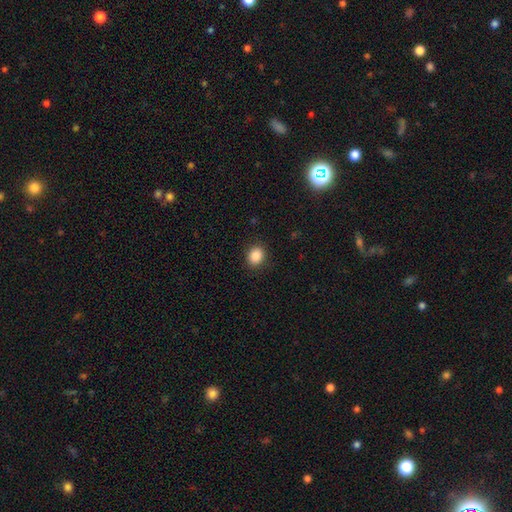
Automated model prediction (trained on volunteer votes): Q: Smooth or featured?
A: smooth (87%); runner-up: star or artifact (9%)
Q: How rounded?
A: round (56%); runner-up: in between (44%)
Q: Merging?
A: none (89%); runner-up: minor disturbance (8%)